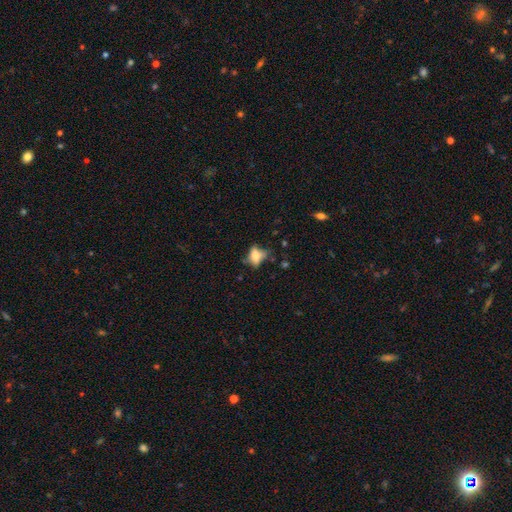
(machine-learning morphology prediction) type=smooth (60%); roundness=in between (77%); merging=none (43%).